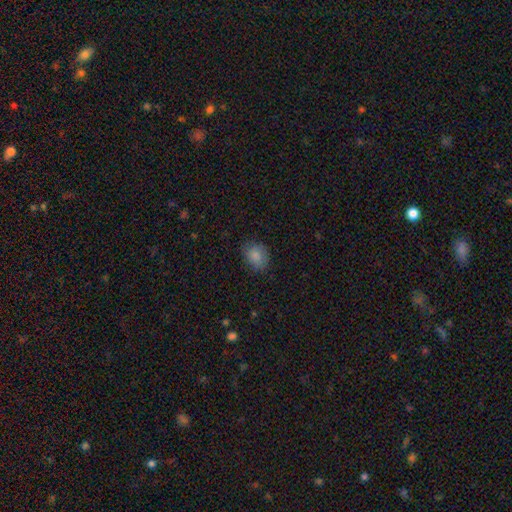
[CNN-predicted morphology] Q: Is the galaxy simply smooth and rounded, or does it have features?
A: smooth — 85%.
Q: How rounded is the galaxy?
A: round — 58%.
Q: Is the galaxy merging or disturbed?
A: none — 76%.